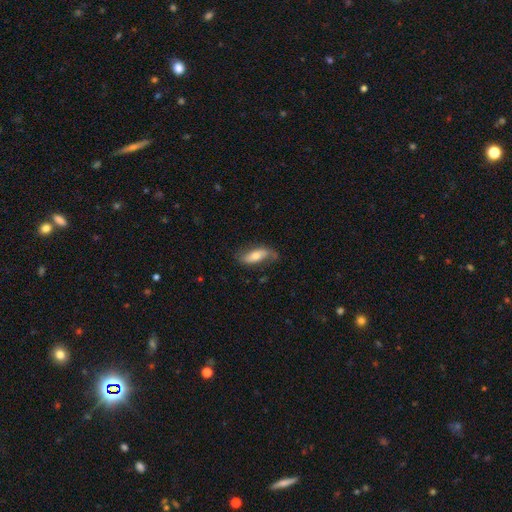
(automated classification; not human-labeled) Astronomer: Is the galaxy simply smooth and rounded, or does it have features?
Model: smooth — 53% (runner-up: featured or disk, 41%).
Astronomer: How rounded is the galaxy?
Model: in between — 69%.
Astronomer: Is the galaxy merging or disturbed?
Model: none — 64%.